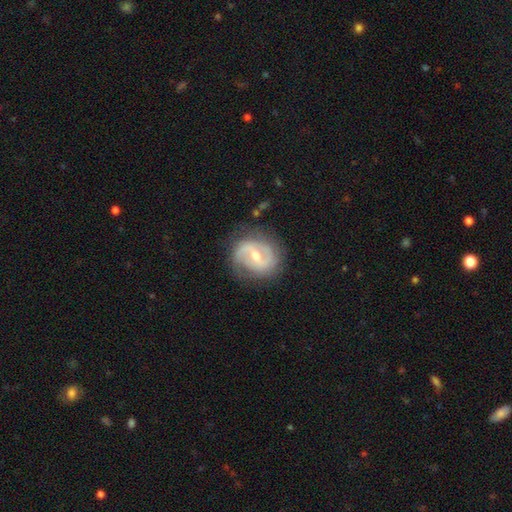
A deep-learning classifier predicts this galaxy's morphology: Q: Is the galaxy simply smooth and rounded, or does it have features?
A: featured or disk — 81%.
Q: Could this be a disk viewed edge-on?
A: no — 97%.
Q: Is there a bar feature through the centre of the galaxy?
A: weak — 50%.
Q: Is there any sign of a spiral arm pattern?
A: yes — 88%.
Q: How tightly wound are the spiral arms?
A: medium — 46%.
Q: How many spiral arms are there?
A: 2 — 79%.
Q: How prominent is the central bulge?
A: moderate — 57%.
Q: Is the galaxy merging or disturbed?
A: none — 75%.